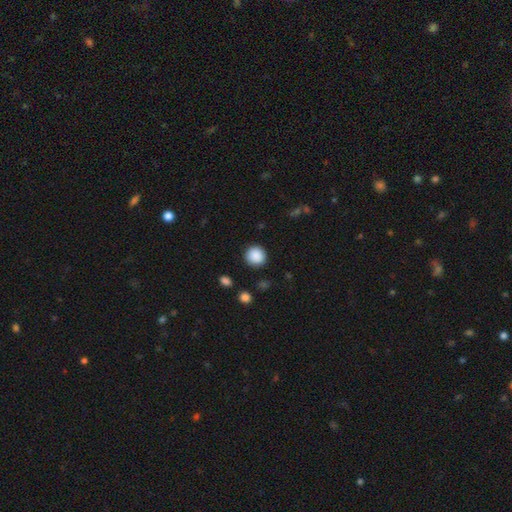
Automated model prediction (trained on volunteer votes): Smooth or featured: smooth — 88% (star or artifact — 9%)
How rounded: round — 93% (in between — 6%)
Merging: none — 90% (minor disturbance — 7%)